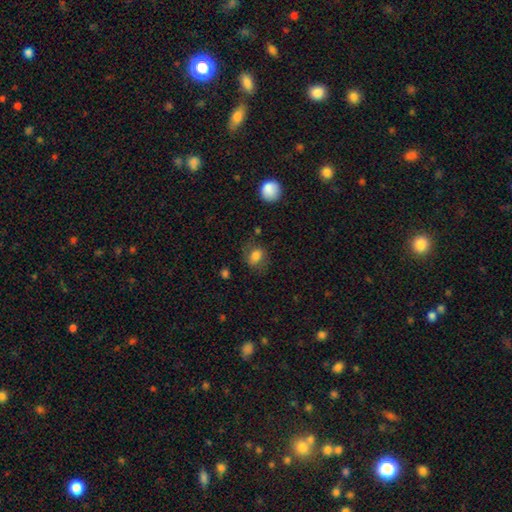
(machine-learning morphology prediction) smooth-or-featured: smooth: 75% | featured or disk: 15% | star or artifact: 10%
  how-rounded: in between: 61% | round: 37% | cigar-shaped: 2%
  merging: none: 66% | minor disturbance: 21% | major disturbance: 11% | merger: 2%